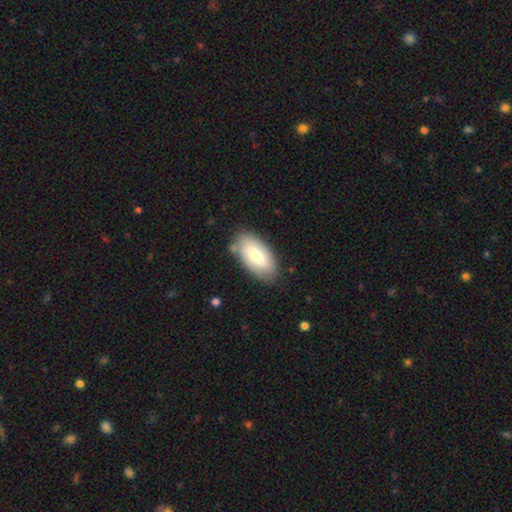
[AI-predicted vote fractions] Q: Smooth or featured?
A: smooth (69%); runner-up: featured or disk (25%)
Q: How rounded?
A: in between (92%); runner-up: cigar-shaped (6%)
Q: Merging?
A: none (79%); runner-up: minor disturbance (14%)